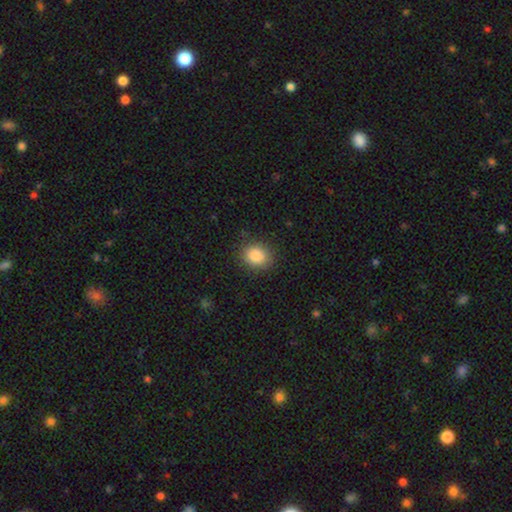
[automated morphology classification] smooth 87%, star or artifact 9%, featured or disk 4%. Down the decision tree: how rounded — round (65%); merging — none (86%).